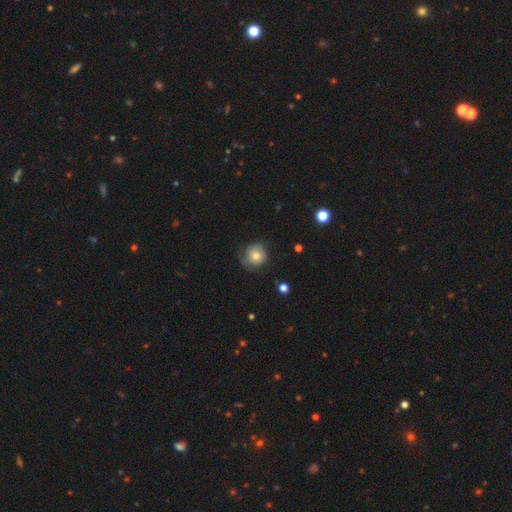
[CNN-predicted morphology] smooth-or-featured: smooth: 72% | featured or disk: 19% | star or artifact: 9%
  how-rounded: round: 87% | in between: 12% | cigar-shaped: 1%
  merging: none: 61% | minor disturbance: 27% | major disturbance: 11% | merger: 1%